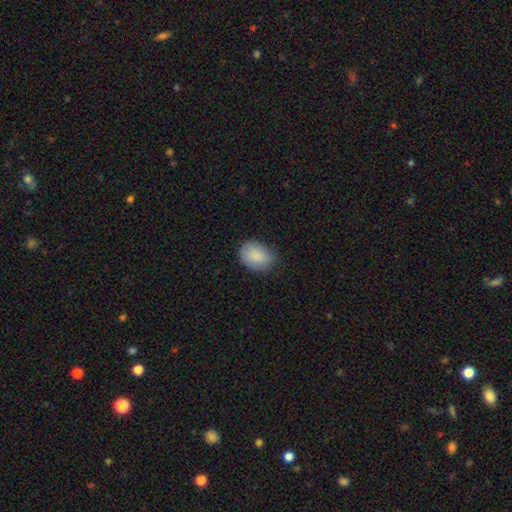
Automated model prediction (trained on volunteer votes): Smooth or featured? Predicted: smooth (p=0.87). How rounded? Predicted: in between (p=0.67). Merging? Predicted: none (p=0.77).